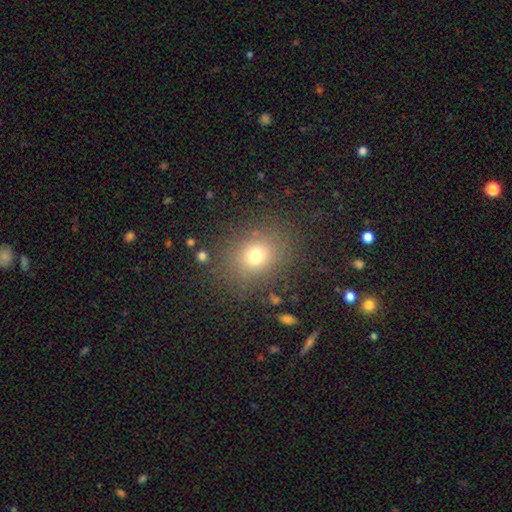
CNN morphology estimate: smooth 72%, star or artifact 17%, featured or disk 11%. Down the decision tree: how rounded — round (64%); merging — none (83%).